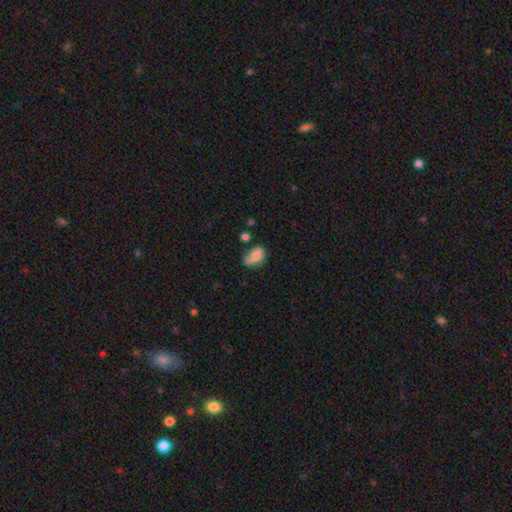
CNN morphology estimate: Q: Smooth or featured?
A: smooth (57%); runner-up: featured or disk (33%)
Q: How rounded?
A: in between (78%); runner-up: round (21%)
Q: Merging?
A: none (39%); runner-up: minor disturbance (33%)